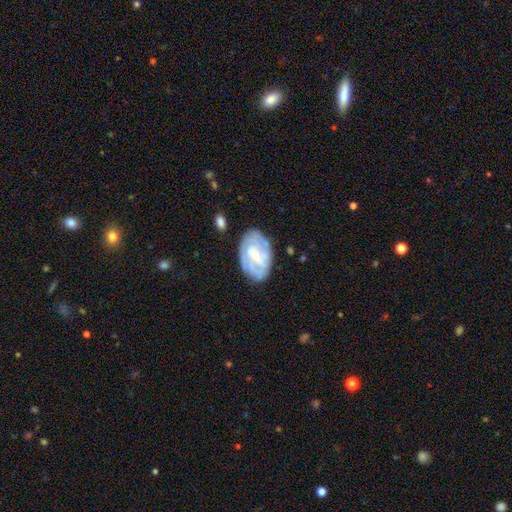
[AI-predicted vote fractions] Smooth or featured? Predicted: featured or disk (p=0.76). Edge-on disk? Predicted: no (p=0.97). Bar? Predicted: weak (p=0.48). Spiral arms? Predicted: yes (p=0.86). Spiral winding? Predicted: tight (p=0.59). Spiral arm count? Predicted: can't tell (p=0.42). Bulge size? Predicted: small (p=0.65). Merging? Predicted: none (p=0.75).